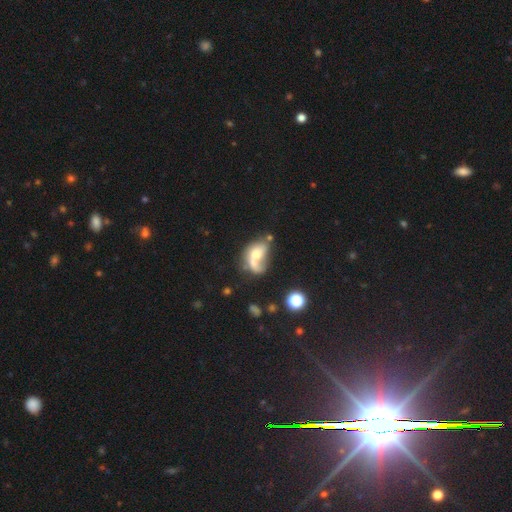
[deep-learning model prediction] Overall: smooth (52%; featured or disk 38%). How rounded: in between (76%). Merging: merger (48%; major disturbance 20%).